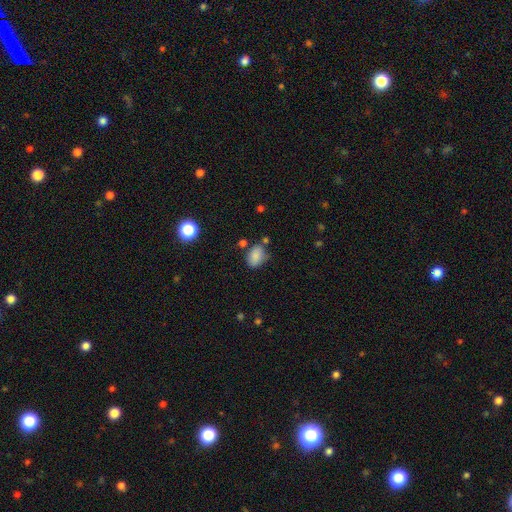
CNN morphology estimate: The model was most divided on "merging": none: 64%, minor disturbance: 24%, merger: 7%, major disturbance: 6%. More confident: smooth or featured — smooth (84%); how rounded — in between (80%).